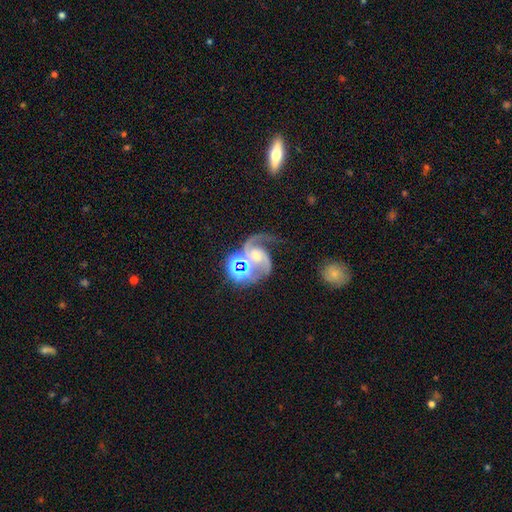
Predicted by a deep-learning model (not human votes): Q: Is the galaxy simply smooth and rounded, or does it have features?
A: featured or disk — 81%.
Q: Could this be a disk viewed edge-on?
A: no — 98%.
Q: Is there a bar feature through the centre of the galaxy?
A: no — 50%.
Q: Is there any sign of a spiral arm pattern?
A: yes — 96%.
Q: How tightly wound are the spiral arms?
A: medium — 50%.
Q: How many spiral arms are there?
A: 2 — 73%.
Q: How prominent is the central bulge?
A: moderate — 45%.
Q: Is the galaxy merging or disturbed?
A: none — 31%.